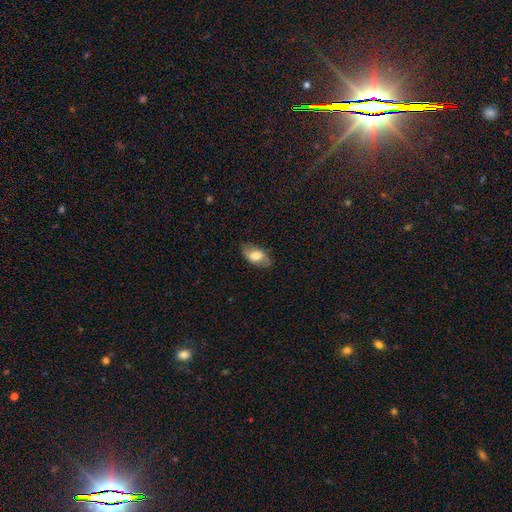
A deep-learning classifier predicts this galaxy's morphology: smooth 51%, featured or disk 41%, star or artifact 8%. Down the decision tree: how rounded — in between (89%); merging — none (75%).